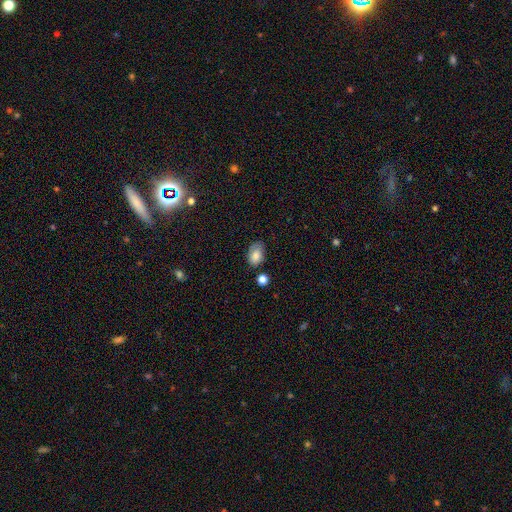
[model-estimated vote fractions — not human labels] smooth 79%, featured or disk 12%, star or artifact 9%. Down the decision tree: how rounded — in between (85%); merging — none (62%).